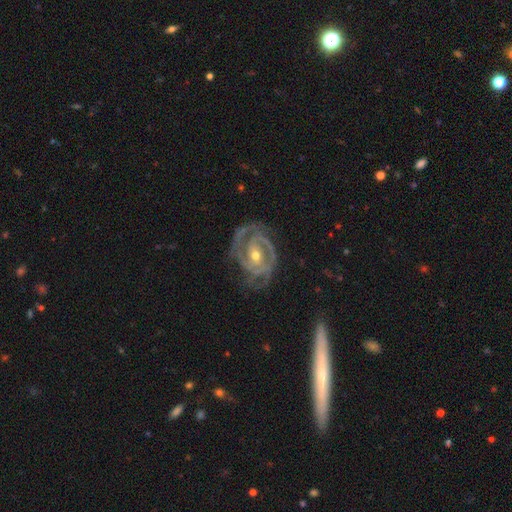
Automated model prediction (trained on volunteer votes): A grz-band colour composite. It shows a featured or disk galaxy (91%) with no bar (45%), 2 (38%) tight (63%) spiral arms (97%) and a moderate central bulge (57%). Merging: none (65%).